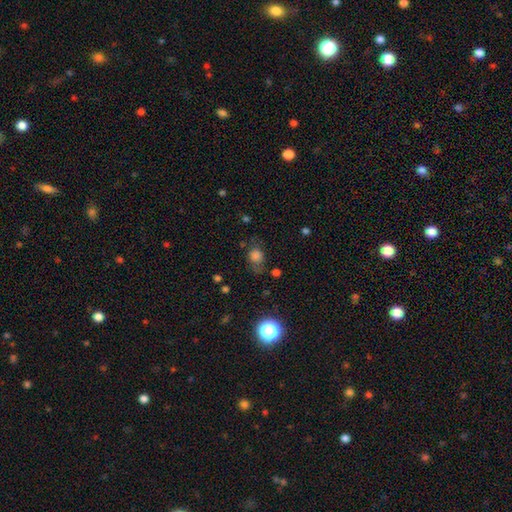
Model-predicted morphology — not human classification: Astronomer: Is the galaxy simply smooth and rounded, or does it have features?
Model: smooth — 74%.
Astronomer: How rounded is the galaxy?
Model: round — 56% (runner-up: in between, 42%).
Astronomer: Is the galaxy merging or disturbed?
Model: none — 56%.